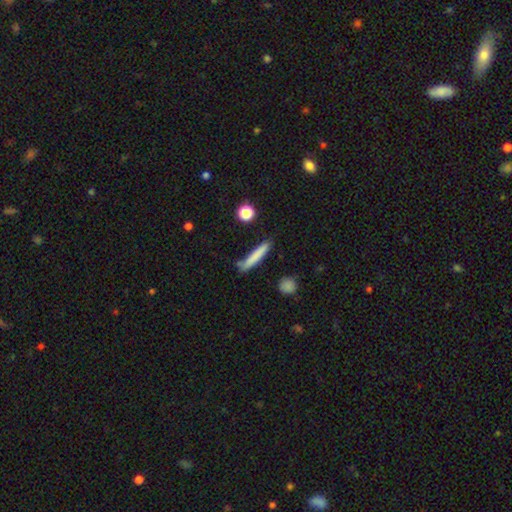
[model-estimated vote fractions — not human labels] Q: Smooth or featured?
A: smooth (78%); runner-up: featured or disk (15%)
Q: How rounded?
A: cigar-shaped (92%); runner-up: in between (6%)
Q: Merging?
A: none (79%); runner-up: minor disturbance (14%)